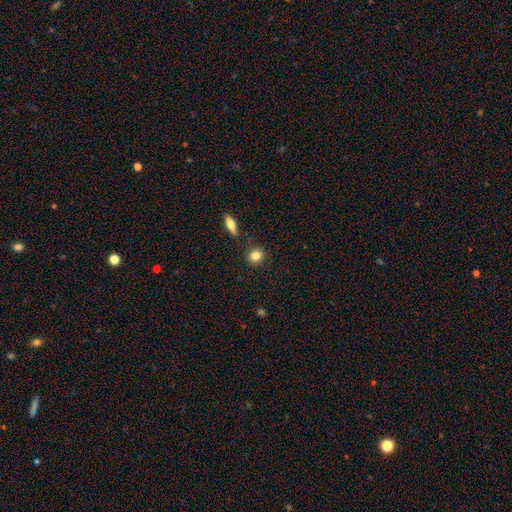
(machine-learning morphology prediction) A smooth galaxy with no disk features (84%) that is round (76%). Merging: none (87%).